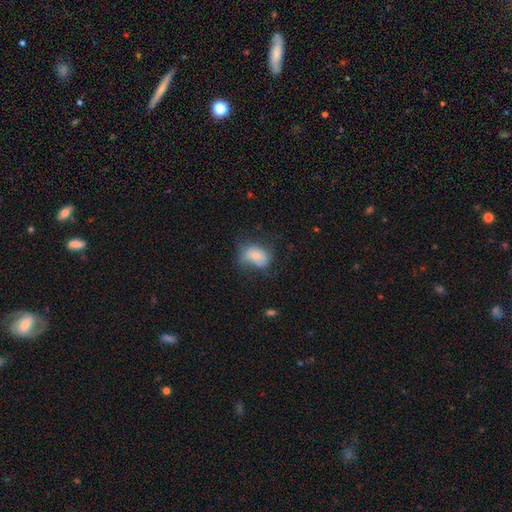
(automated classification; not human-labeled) Overall: smooth (69%). How rounded: in between (71%). Merging: none (44%; minor disturbance 32%).